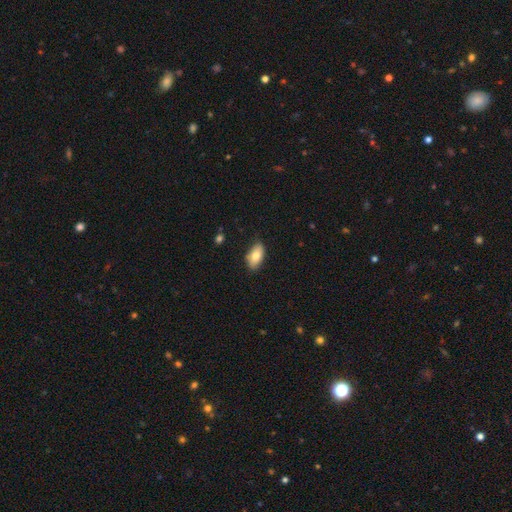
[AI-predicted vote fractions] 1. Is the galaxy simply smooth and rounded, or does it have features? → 78% smooth, 15% featured or disk, 7% star or artifact.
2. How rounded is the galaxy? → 92% in between, 4% round, 4% cigar-shaped.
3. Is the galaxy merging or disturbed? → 81% none, 16% minor disturbance, 2% major disturbance, 1% merger.